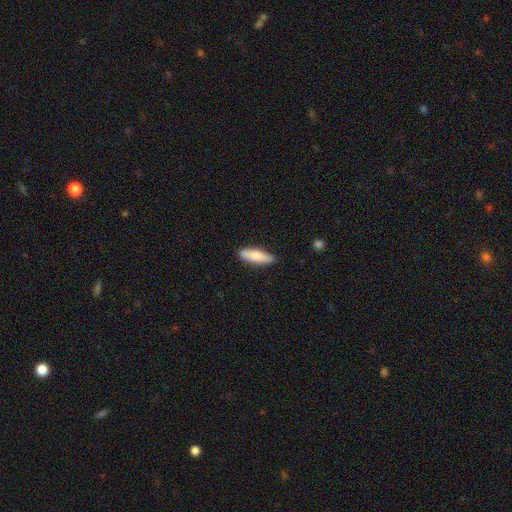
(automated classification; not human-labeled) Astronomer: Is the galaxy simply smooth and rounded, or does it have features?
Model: smooth — 80%.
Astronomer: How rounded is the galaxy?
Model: cigar-shaped — 62% (runner-up: in between, 37%).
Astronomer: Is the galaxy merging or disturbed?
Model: none — 85%.